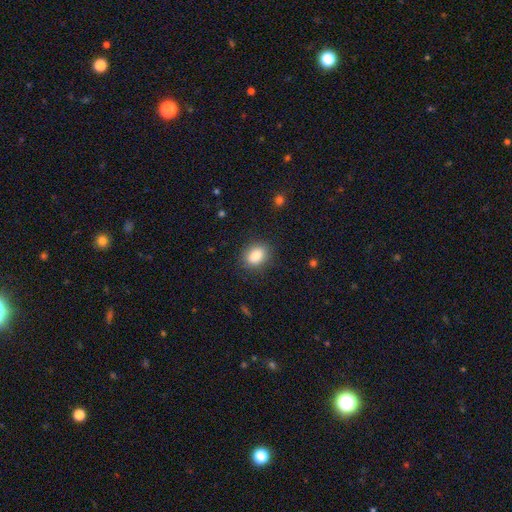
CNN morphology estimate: Smooth or featured: smooth — 86% (star or artifact — 8%)
How rounded: in between — 70% (round — 28%)
Merging: none — 86% (minor disturbance — 10%)